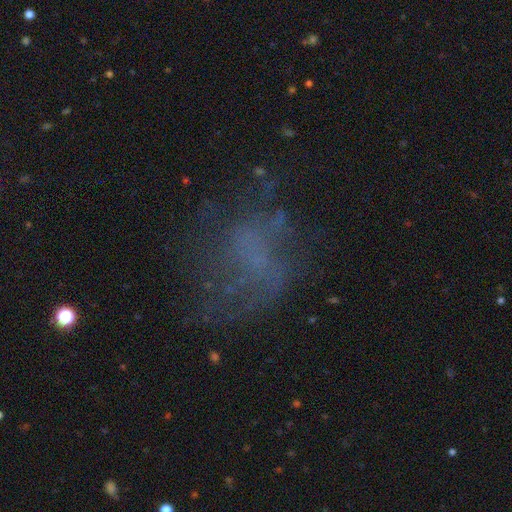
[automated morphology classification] smooth-or-featured: featured or disk: 46% | star or artifact: 27% | smooth: 27%
  merging: none: 51% | major disturbance: 28% | minor disturbance: 18% | merger: 3%